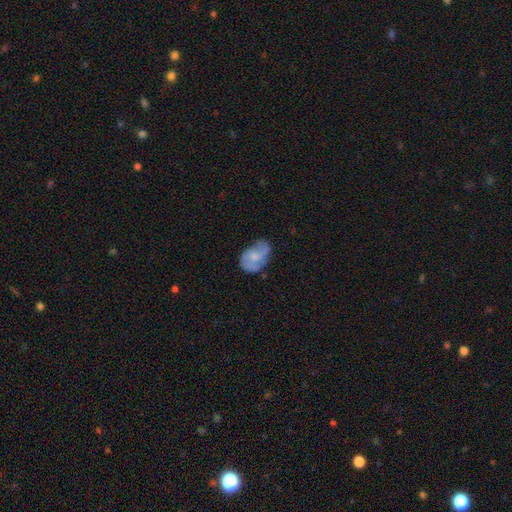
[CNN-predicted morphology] Overall: featured or disk (52%; smooth 41%). Edge-on disk: no (97%). Bar: no (70%). Spiral arms: yes (72%). Bulge size: moderate (41%; small 37%). Merging: none (48%; minor disturbance 33%).